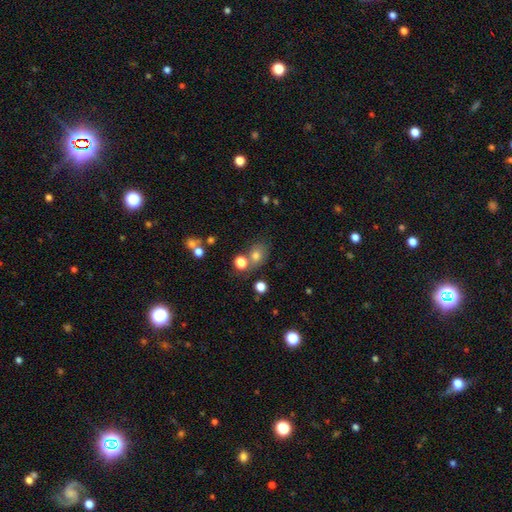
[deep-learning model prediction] This is likely a smooth galaxy (74%). How rounded: possibly round (52%). Merging: possibly none (59%).